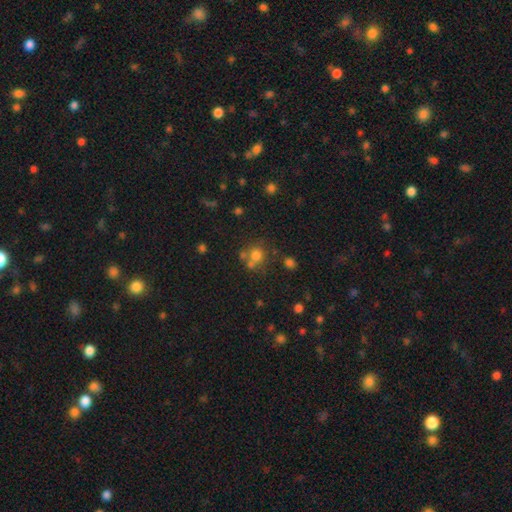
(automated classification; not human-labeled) Morphology: type=smooth (70%); roundness=round (84%); merging=none (54%).